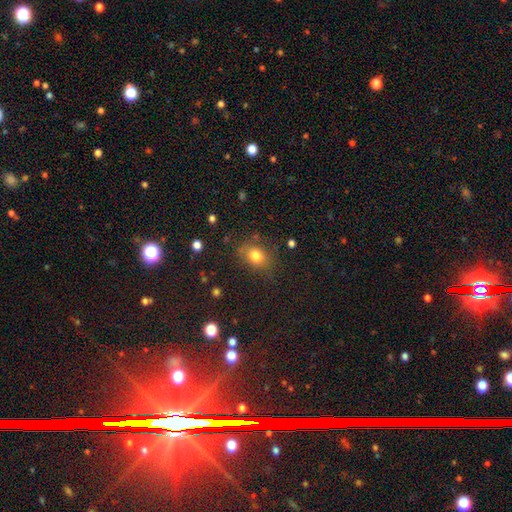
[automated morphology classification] This appears to be a smooth galaxy with no disk features (79%) that is in between round and cigar-shaped (52%). Merging: none (76%).